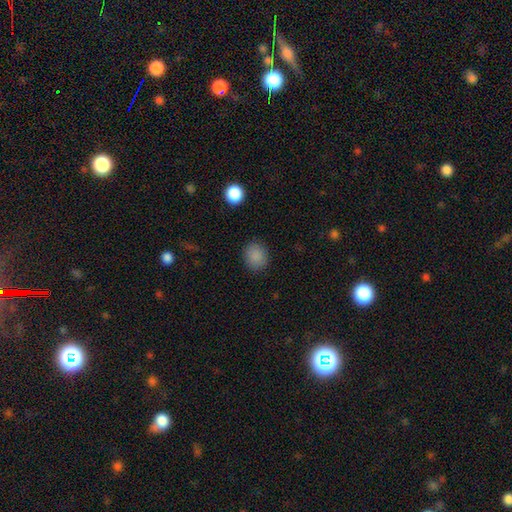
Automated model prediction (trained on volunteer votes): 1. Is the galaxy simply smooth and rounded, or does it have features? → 87% smooth, 10% star or artifact, 3% featured or disk.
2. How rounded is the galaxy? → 70% round, 30% in between, 1% cigar-shaped.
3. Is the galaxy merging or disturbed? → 88% none, 8% minor disturbance, 3% major disturbance, 1% merger.